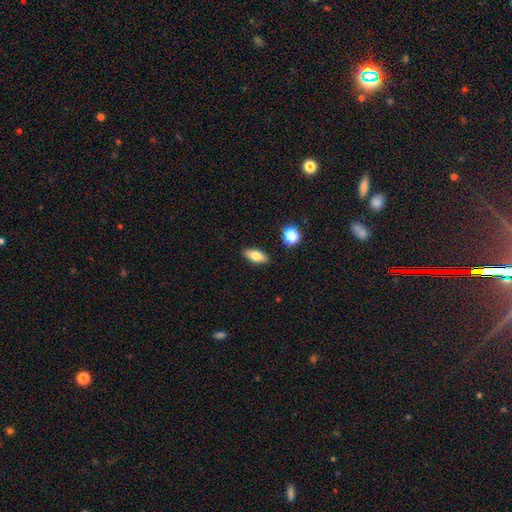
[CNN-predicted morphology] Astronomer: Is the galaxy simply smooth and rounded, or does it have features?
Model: smooth — 76%.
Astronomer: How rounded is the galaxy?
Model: in between — 82%.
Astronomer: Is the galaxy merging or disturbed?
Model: none — 88%.